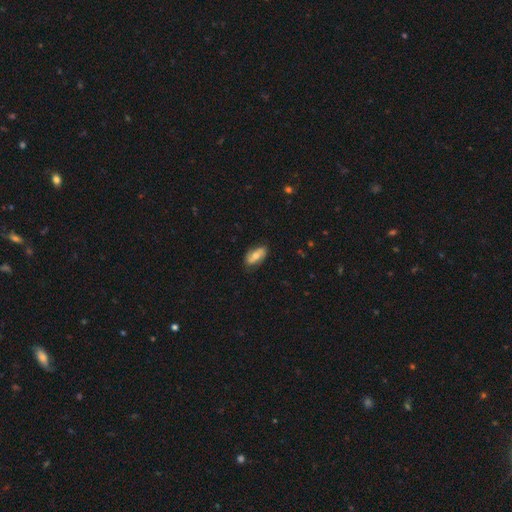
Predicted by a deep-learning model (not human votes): Q: Smooth or featured?
A: smooth (47%); runner-up: featured or disk (46%)
Q: Merging?
A: none (80%); runner-up: minor disturbance (16%)